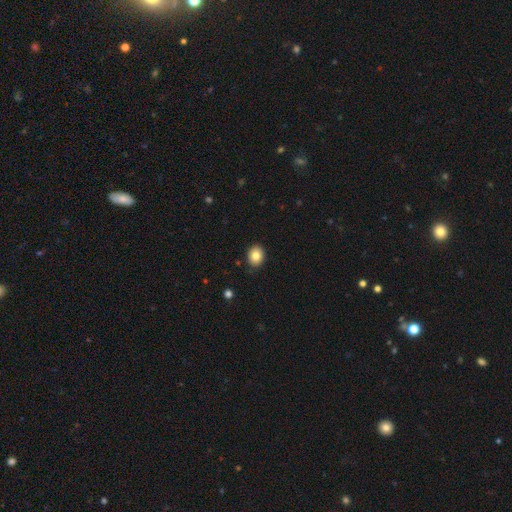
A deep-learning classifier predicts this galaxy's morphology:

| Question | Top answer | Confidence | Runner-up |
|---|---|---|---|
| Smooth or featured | smooth | 82% | star or artifact (9%) |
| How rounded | in between | 50% | round (49%) |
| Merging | none | 86% | minor disturbance (10%) |